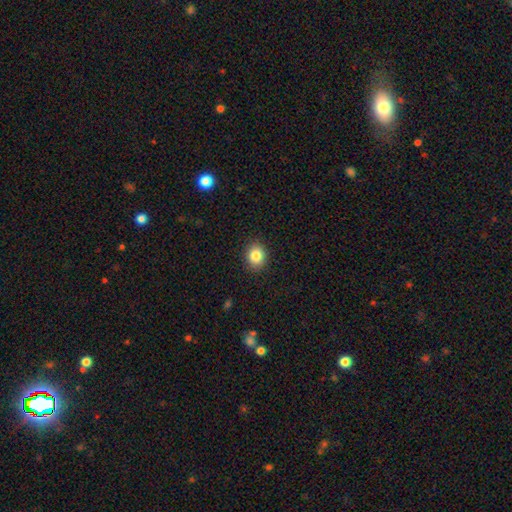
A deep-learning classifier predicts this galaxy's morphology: Smooth or featured? Predicted: smooth (p=0.84). How rounded? Predicted: round (p=0.62). Merging? Predicted: none (p=0.90).